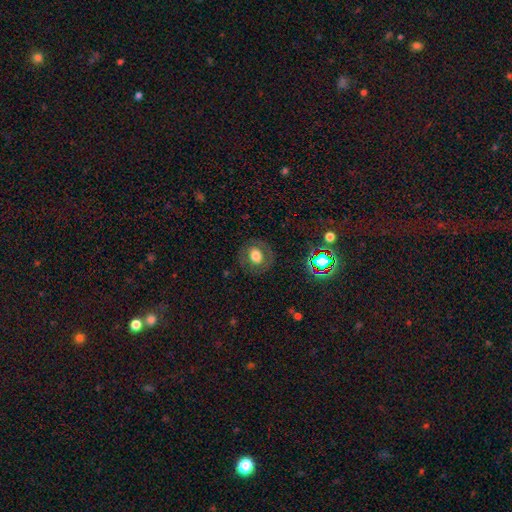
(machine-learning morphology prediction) This appears to be a smooth galaxy with no disk features (60%) that is round (70%). Merging: none (81%).